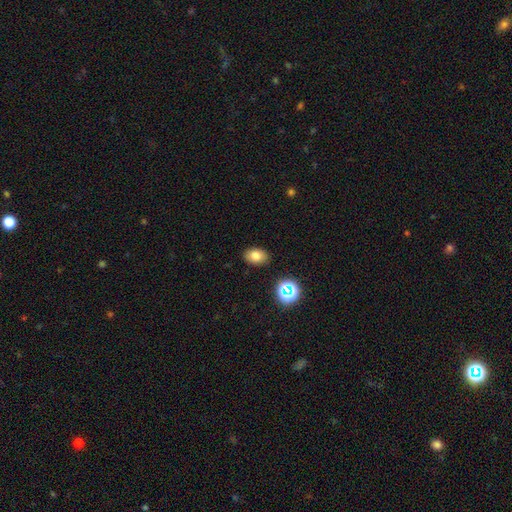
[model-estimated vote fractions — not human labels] Q: Smooth or featured?
A: smooth (78%); runner-up: star or artifact (13%)
Q: How rounded?
A: in between (82%); runner-up: round (17%)
Q: Merging?
A: none (87%); runner-up: minor disturbance (9%)